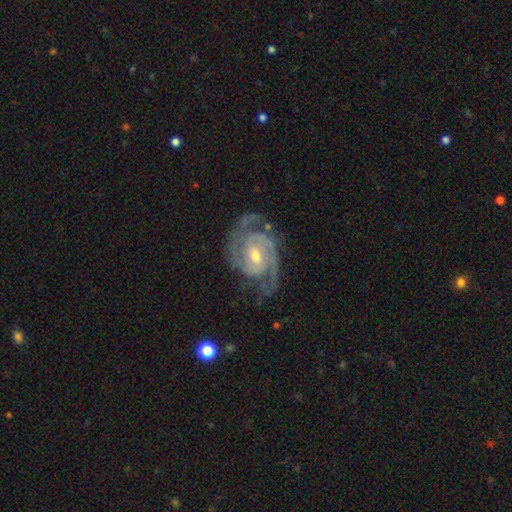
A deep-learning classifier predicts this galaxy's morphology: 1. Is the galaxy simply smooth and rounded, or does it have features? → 92% featured or disk, 4% star or artifact, 4% smooth.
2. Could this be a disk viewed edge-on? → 98% no, 2% yes.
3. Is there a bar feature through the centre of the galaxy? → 44% weak, 43% no, 13% strong.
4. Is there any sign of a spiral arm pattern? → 98% yes, 2% no.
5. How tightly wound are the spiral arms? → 48% tight, 44% medium, 8% loose.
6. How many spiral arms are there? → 76% 2, 11% 3, 5% can't tell, 2% 4, 2% 1, 2% more than 4.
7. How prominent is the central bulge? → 53% moderate, 43% small, 2% large, 1% none, 1% dominant.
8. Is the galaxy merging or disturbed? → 72% none, 18% minor disturbance, 8% major disturbance, 2% merger.